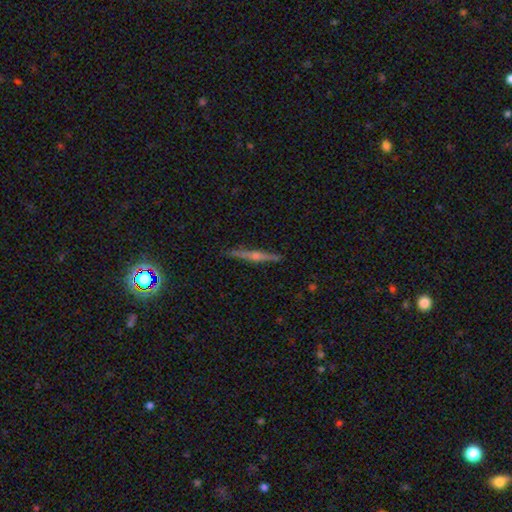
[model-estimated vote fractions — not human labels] A featured or disk galaxy (75%) viewed edge-on (98%) with a rounded central bulge (84%).

Vote fractions:
- Smooth or featured? featured or disk: 75% / smooth: 17% / star or artifact: 8%
- Edge-on disk? yes: 98% / no: 2%
- Edge-on bulge? rounded: 84% / none: 9% / boxy: 7%
- Merging? none: 91% / minor disturbance: 7% / major disturbance: 1% / merger: 1%